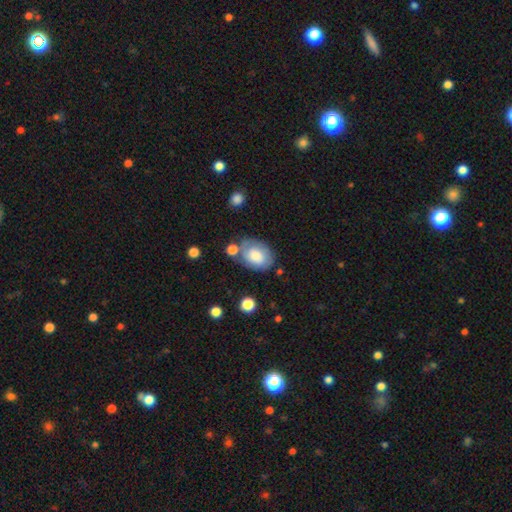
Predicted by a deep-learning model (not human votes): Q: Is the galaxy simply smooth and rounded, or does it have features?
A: smooth — 73%.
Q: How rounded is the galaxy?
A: in between — 80%.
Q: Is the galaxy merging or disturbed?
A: none — 60%.